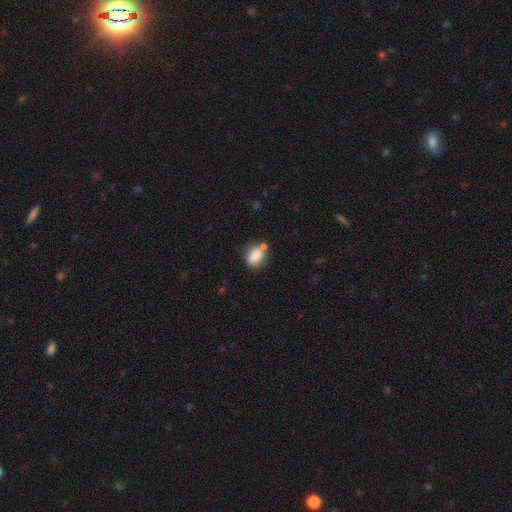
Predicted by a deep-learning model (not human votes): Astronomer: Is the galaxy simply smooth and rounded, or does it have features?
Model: smooth — 79%.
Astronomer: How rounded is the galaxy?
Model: in between — 56% (runner-up: round, 42%).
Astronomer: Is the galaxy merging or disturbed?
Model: none — 58%.